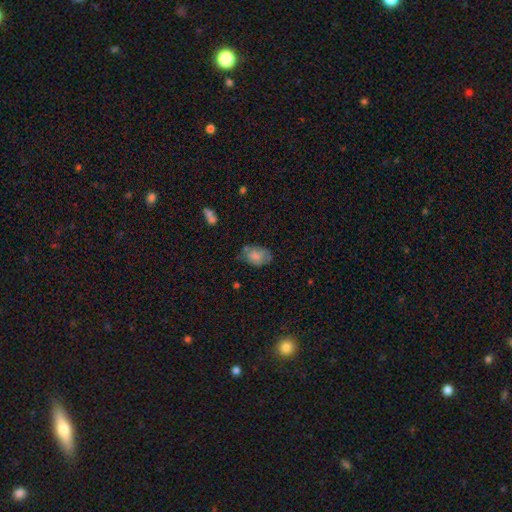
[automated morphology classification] This is likely a smooth galaxy (72%). How rounded: clearly in between (84%). Merging: possibly none (54%).